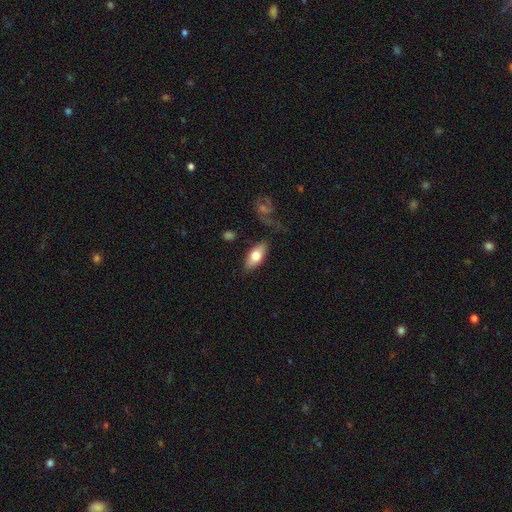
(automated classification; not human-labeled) Smooth or featured?
  - smooth: 71% *
  - featured or disk: 23%
  - star or artifact: 6%
How rounded?
  - in between: 85% *
  - cigar-shaped: 12%
  - round: 3%
Merging?
  - none: 78% *
  - minor disturbance: 14%
  - major disturbance: 4%
  - merger: 4%